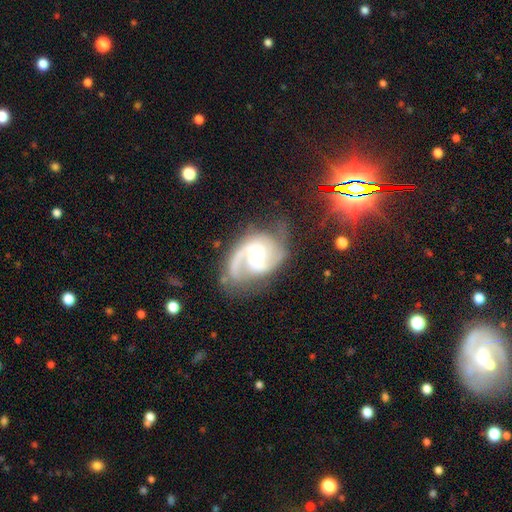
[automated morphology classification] Smooth or featured? Predicted: featured or disk (p=0.90). Edge-on disk? Predicted: no (p=0.98). Bar? Predicted: no (p=0.56). Spiral arms? Predicted: yes (p=0.98). Spiral winding? Predicted: medium (p=0.52). Spiral arm count? Predicted: 2 (p=0.67). Bulge size? Predicted: moderate (p=0.59). Merging? Predicted: none (p=0.61).